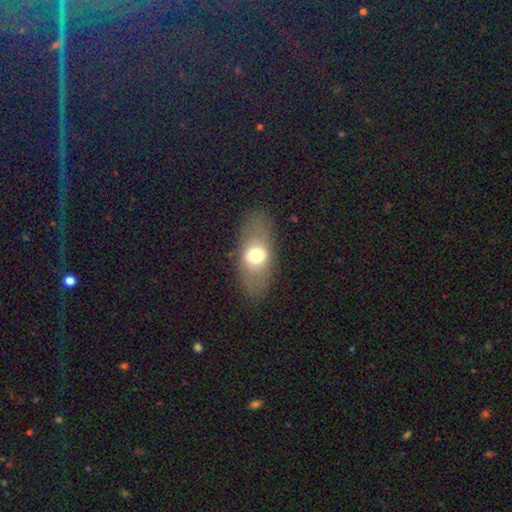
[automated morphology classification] Q: Smooth or featured?
A: smooth (61%); runner-up: featured or disk (29%)
Q: How rounded?
A: in between (82%); runner-up: round (11%)
Q: Merging?
A: none (82%); runner-up: minor disturbance (11%)